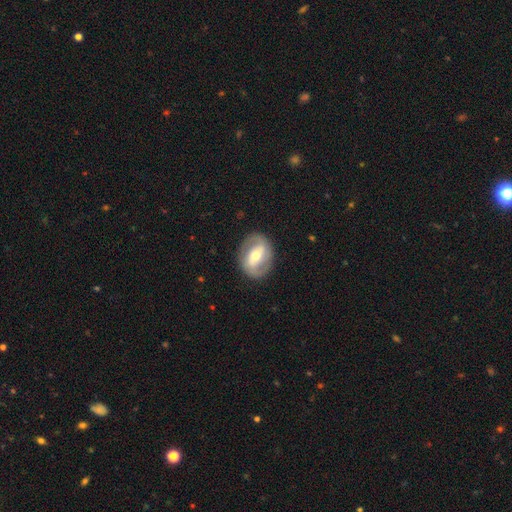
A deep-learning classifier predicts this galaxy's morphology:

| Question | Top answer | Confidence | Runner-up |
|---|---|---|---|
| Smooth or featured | featured or disk | 72% | smooth (23%) |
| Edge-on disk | no | 96% | yes (4%) |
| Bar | strong | 41% | weak (35%) |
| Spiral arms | yes | 75% | no (25%) |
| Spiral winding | medium | 44% | tight (35%) |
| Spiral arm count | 2 | 87% | can't tell (7%) |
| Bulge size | moderate | 60% | small (31%) |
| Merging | none | 85% | minor disturbance (10%) |